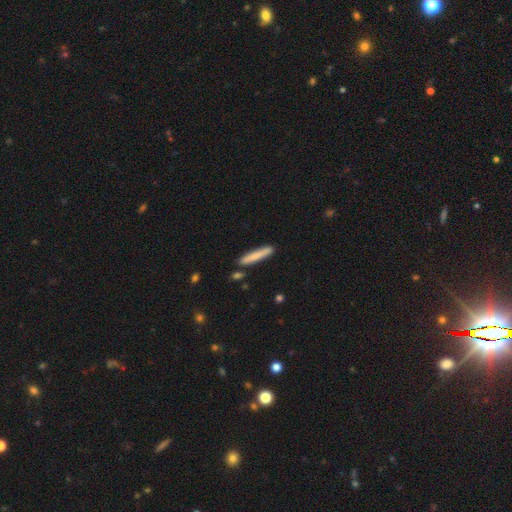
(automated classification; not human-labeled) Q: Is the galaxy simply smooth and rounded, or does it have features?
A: smooth — 79%.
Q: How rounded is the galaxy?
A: cigar-shaped — 94%.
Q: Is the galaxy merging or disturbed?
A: none — 85%.